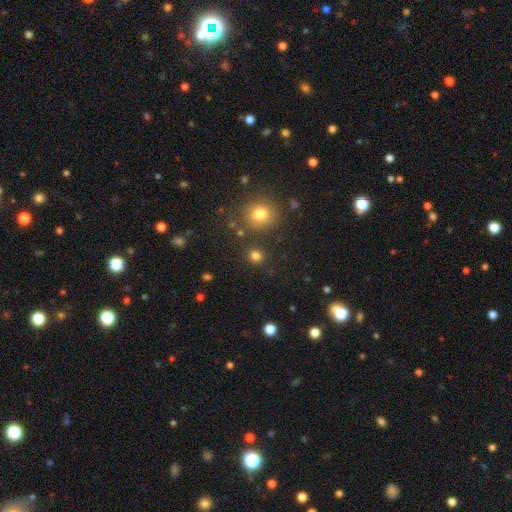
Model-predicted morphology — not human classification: A smooth galaxy with no disk features (79%) that is round (86%). Merging: none (85%).